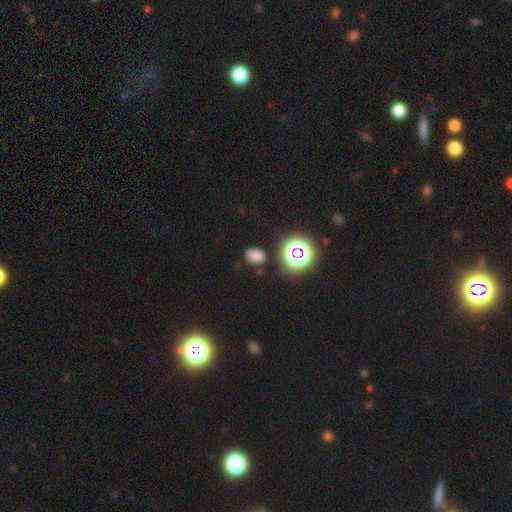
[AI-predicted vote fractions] Q: Smooth or featured?
A: smooth (73%); runner-up: star or artifact (21%)
Q: How rounded?
A: in between (77%); runner-up: round (22%)
Q: Merging?
A: none (82%); runner-up: minor disturbance (12%)